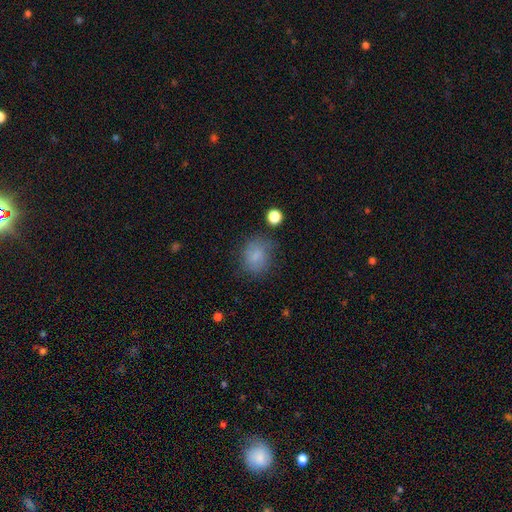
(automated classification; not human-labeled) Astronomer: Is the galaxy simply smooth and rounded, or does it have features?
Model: smooth — 80%.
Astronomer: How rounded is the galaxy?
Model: round — 58% (runner-up: in between, 41%).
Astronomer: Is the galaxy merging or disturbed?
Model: none — 68%.